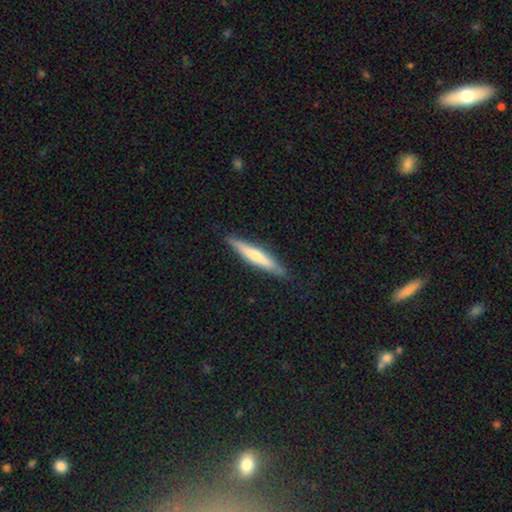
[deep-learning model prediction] smooth 51%, featured or disk 43%, star or artifact 5%. Down the decision tree: how rounded — cigar-shaped (91%); merging — none (87%).